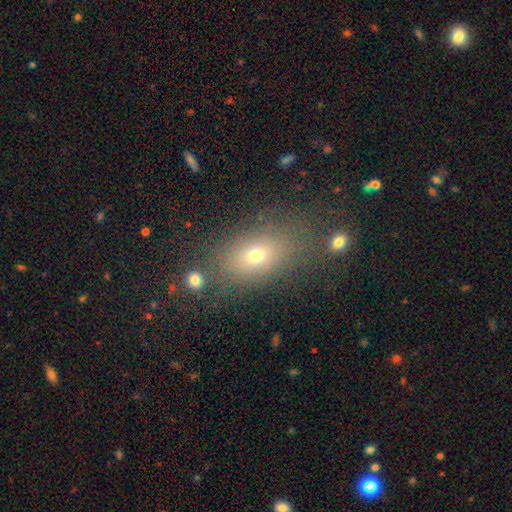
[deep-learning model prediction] Morphology: type=smooth (64%); roundness=in between (75%); merging=none (76%).